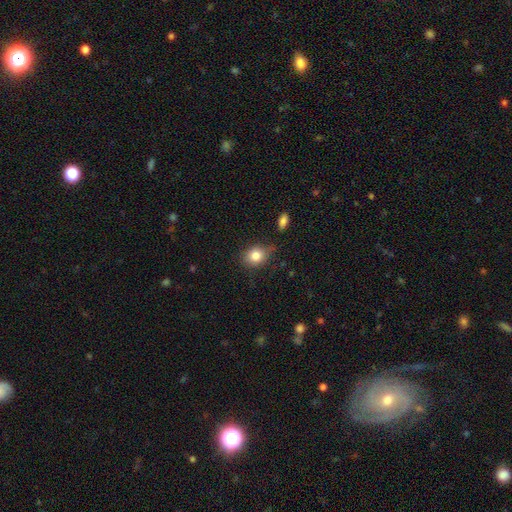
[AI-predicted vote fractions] Smooth or featured? Predicted: smooth (p=0.82). How rounded? Predicted: round (p=0.61). Merging? Predicted: none (p=0.70).